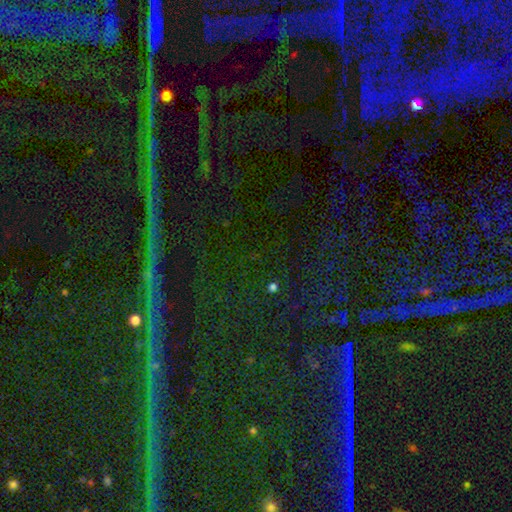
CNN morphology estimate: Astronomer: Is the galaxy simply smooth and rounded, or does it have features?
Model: star or artifact — 83%.